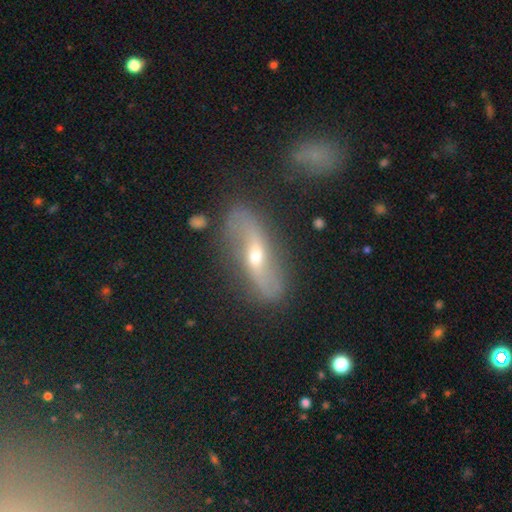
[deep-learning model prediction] Smooth or featured: featured or disk — 74% (smooth — 17%)
Edge-on disk: no — 80% (yes — 20%)
Bar: no — 38% (weak — 36%)
Spiral arms: yes — 84% (no — 16%)
Bulge size: moderate — 63% (small — 31%)
Merging: none — 77% (minor disturbance — 14%)